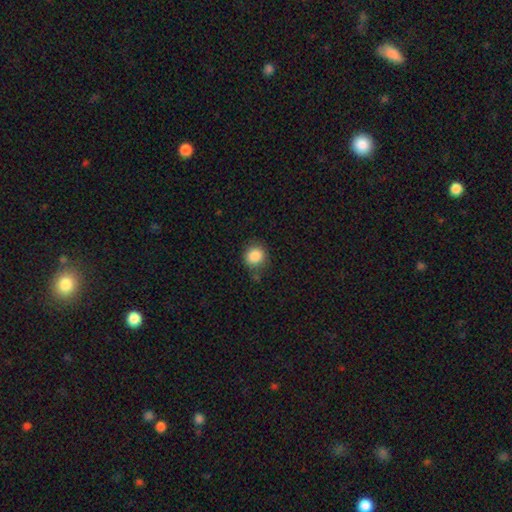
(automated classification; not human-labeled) This is clearly a smooth galaxy (87%). How rounded: clearly round (86%). Merging: likely none (77%).